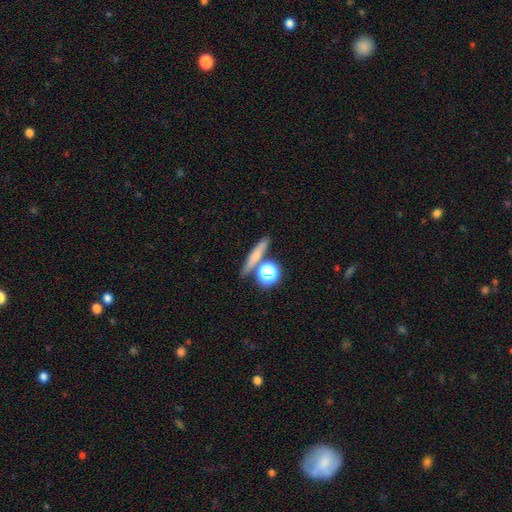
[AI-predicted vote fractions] Morphology: type=smooth (60%); roundness=cigar-shaped (59%); merging=none (72%).